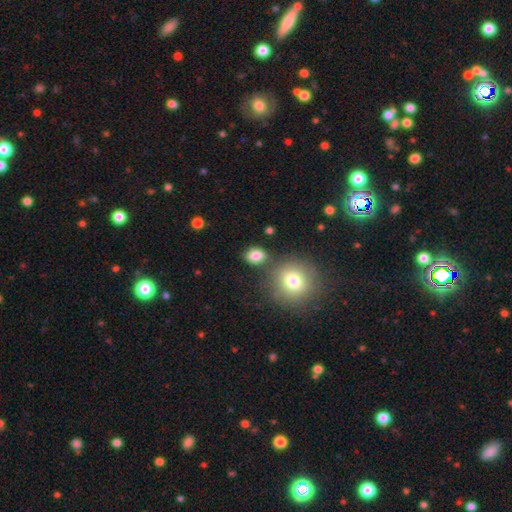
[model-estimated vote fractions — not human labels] smooth-or-featured: smooth: 82% | star or artifact: 11% | featured or disk: 7%
  how-rounded: in between: 66% | round: 33% | cigar-shaped: 2%
  merging: none: 69% | minor disturbance: 15% | merger: 12% | major disturbance: 5%